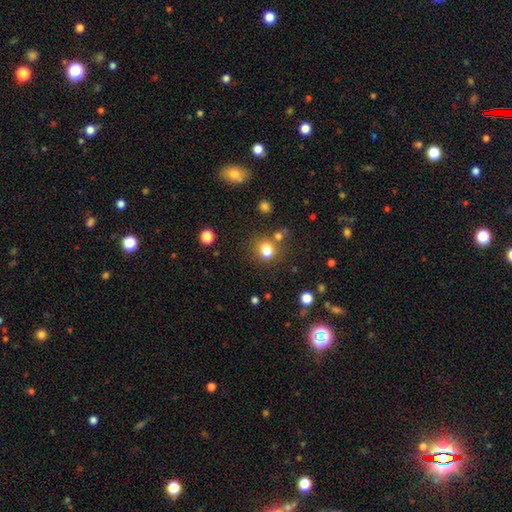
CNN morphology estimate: A smooth galaxy with no disk features (70%) that is round (79%). Merging: none (78%).